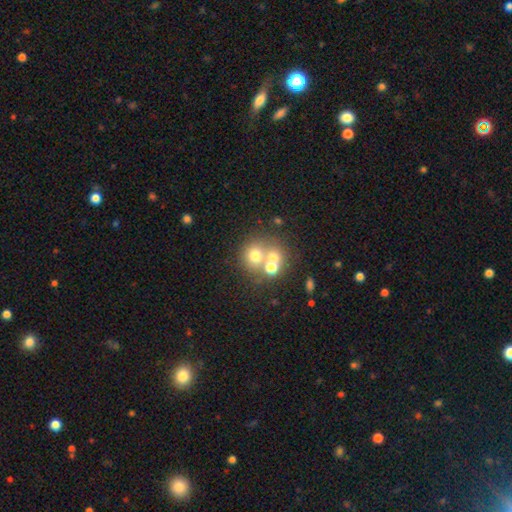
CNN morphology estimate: The model was most divided on "merging": none: 48%, merger: 41%, minor disturbance: 7%, major disturbance: 4%. Remaining: smooth or featured — smooth (46%).